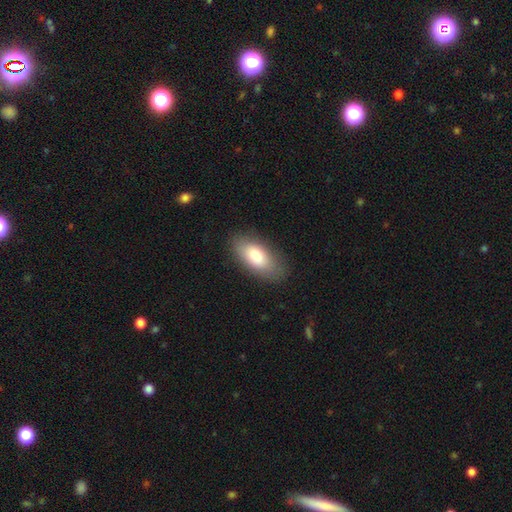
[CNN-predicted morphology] Smooth or featured: smooth — 79% (featured or disk — 15%)
How rounded: in between — 91% (cigar-shaped — 7%)
Merging: none — 83% (minor disturbance — 13%)